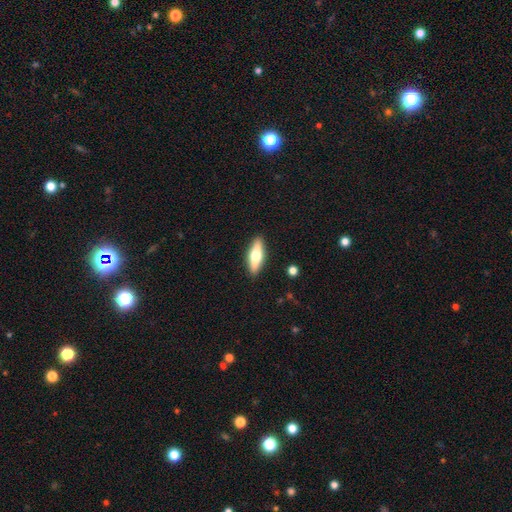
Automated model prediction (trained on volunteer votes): Q: Smooth or featured?
A: smooth (50%); runner-up: featured or disk (45%)
Q: Merging?
A: none (90%); runner-up: minor disturbance (7%)